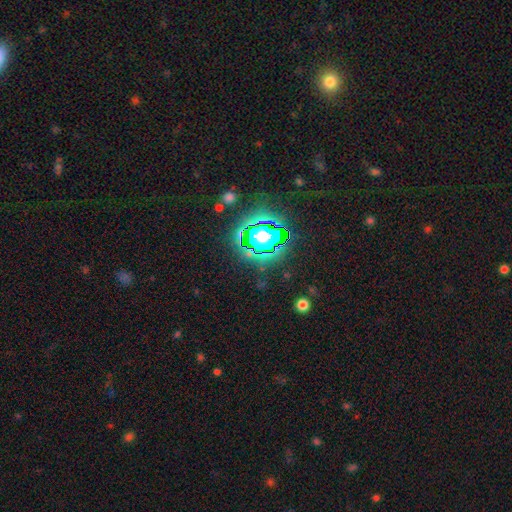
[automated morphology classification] This appears to be a star or artifact, not a galaxy (84%).